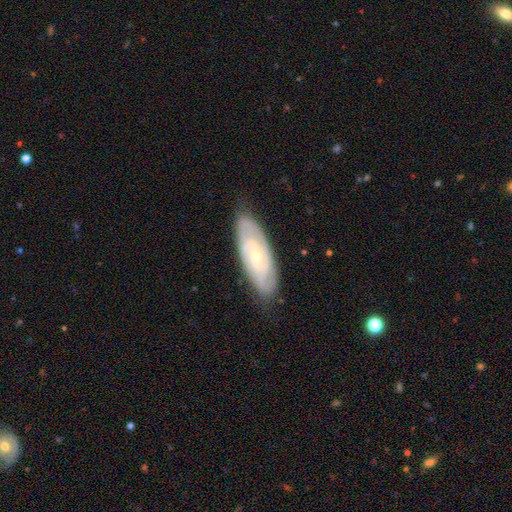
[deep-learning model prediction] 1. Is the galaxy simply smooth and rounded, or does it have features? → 80% featured or disk, 15% smooth, 6% star or artifact.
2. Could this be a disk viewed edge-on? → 90% no, 10% yes.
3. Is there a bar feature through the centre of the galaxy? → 46% no, 41% weak, 14% strong.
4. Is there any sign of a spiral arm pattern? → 94% yes, 6% no.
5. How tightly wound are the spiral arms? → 67% tight, 28% medium, 6% loose.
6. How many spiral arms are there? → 51% 2, 26% can't tell, 12% 3, 5% 4, 3% 1, 3% more than 4.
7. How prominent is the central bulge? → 78% small, 16% moderate, 3% none, 1% large, 1% dominant.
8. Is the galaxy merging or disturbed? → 82% none, 14% minor disturbance, 3% major disturbance, 1% merger.